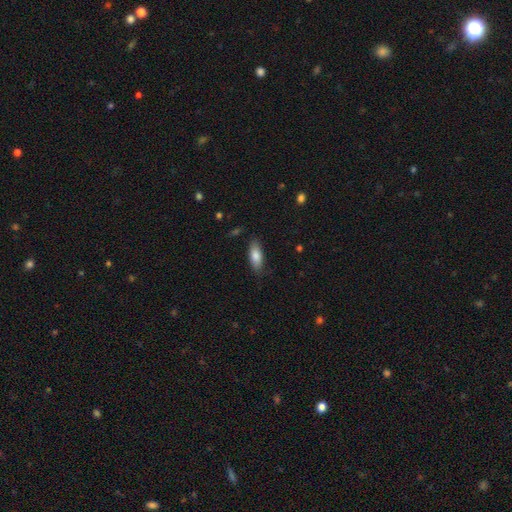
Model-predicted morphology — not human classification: A smooth galaxy with no disk features (83%) that is in between round and cigar-shaped (75%).

Vote fractions:
- Smooth or featured? smooth: 83% / featured or disk: 11% / star or artifact: 6%
- How rounded? in between: 75% / cigar-shaped: 23% / round: 2%
- Merging? none: 83% / minor disturbance: 13% / major disturbance: 3% / merger: 1%